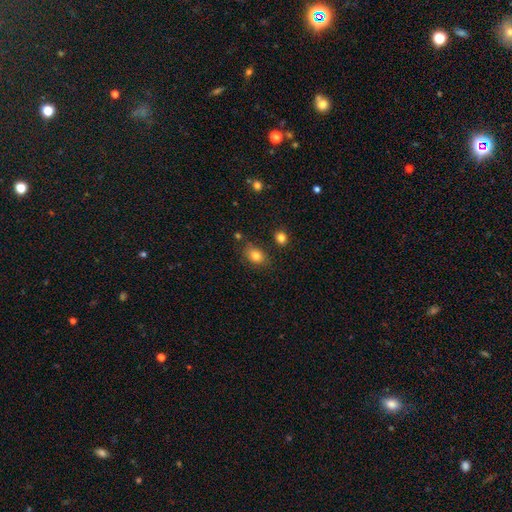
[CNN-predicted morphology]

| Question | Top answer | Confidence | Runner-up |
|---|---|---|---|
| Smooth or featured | smooth | 82% | star or artifact (10%) |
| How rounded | in between | 73% | round (26%) |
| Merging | none | 76% | minor disturbance (16%) |